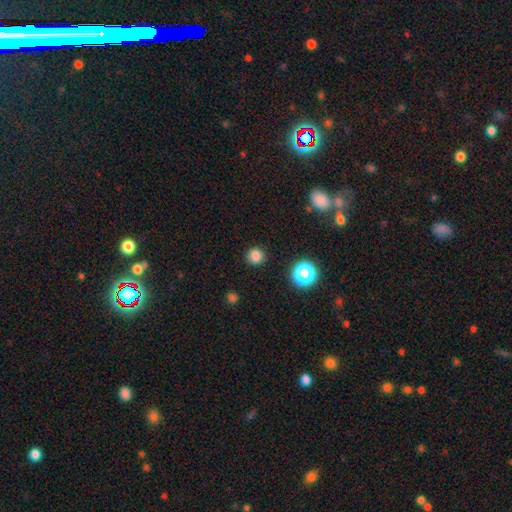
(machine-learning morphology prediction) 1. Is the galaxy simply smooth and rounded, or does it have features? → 82% smooth, 14% star or artifact, 4% featured or disk.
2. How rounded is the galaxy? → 93% round, 6% in between, 1% cigar-shaped.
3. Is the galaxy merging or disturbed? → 91% none, 6% minor disturbance, 2% major disturbance, 1% merger.